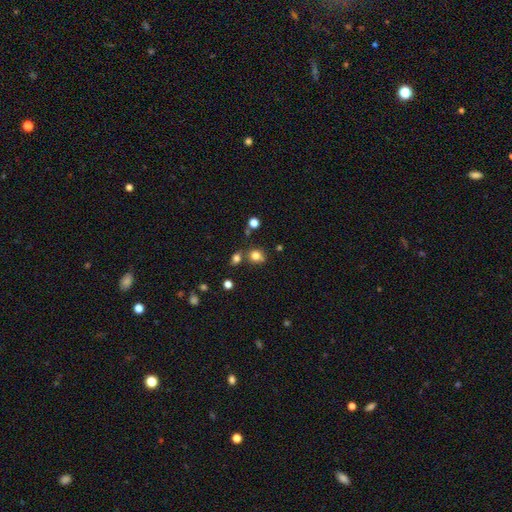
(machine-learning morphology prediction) The model was most divided on "how rounded": round: 73%, in between: 25%, cigar-shaped: 1%. More confident: smooth or featured — smooth (79%); merging — none (65%).